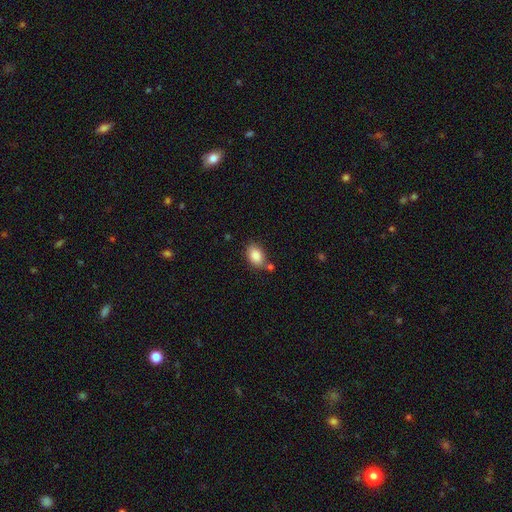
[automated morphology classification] Smooth or featured? Predicted: smooth (p=0.86). How rounded? Predicted: in between (p=0.83). Merging? Predicted: none (p=0.68).